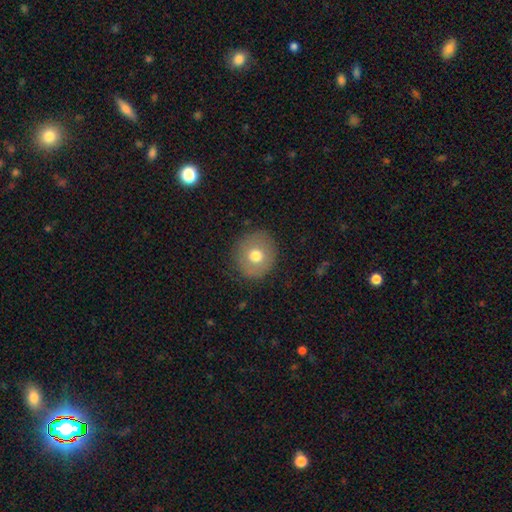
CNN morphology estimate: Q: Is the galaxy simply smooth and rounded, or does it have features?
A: smooth — 69%.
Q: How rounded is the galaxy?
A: round — 91%.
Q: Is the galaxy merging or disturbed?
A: none — 86%.